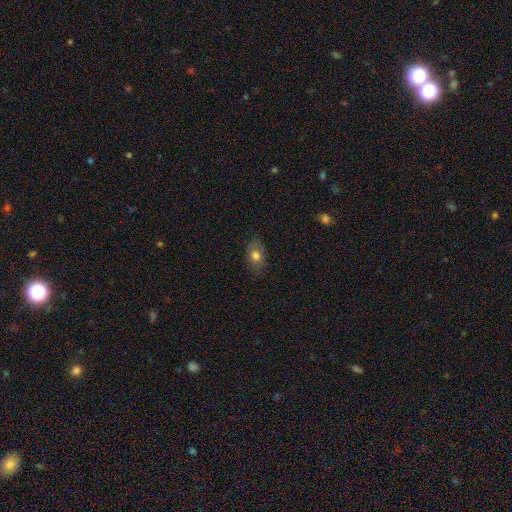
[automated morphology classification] A smooth galaxy with no disk features (74%) that is in between round and cigar-shaped (80%).

Vote fractions:
- Smooth or featured? smooth: 74% / featured or disk: 17% / star or artifact: 10%
- How rounded? in between: 80% / round: 17% / cigar-shaped: 3%
- Merging? none: 79% / minor disturbance: 16% / major disturbance: 4% / merger: 1%